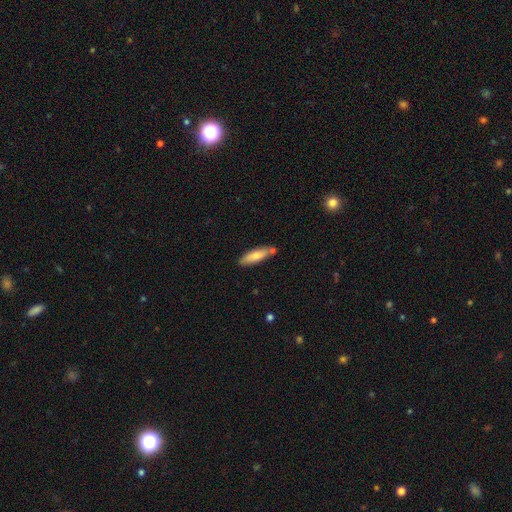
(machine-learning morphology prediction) smooth 77%, featured or disk 18%, star or artifact 6%. Down the decision tree: how rounded — cigar-shaped (62%); merging — none (71%).